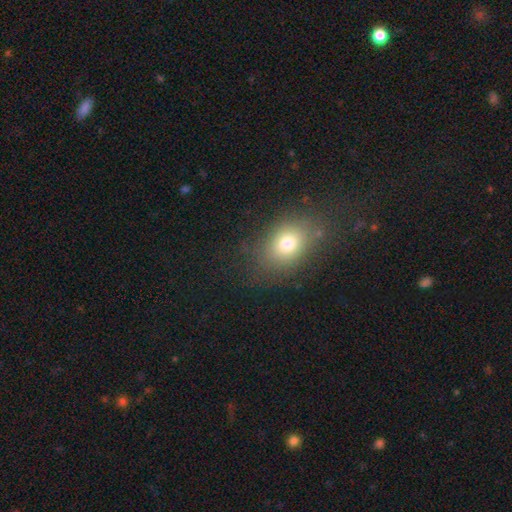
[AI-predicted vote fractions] Morphology: type=smooth (70%); roundness=in between (63%); merging=none (78%).